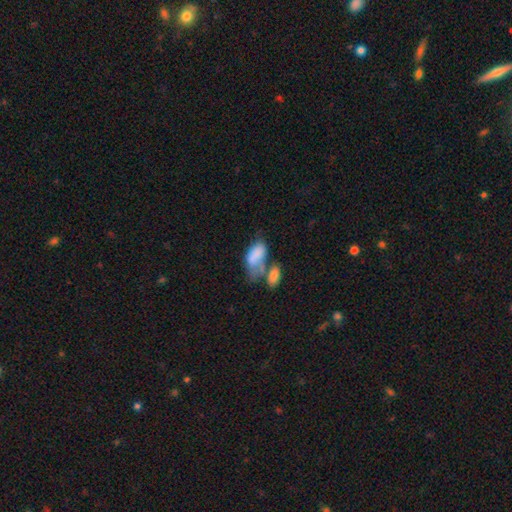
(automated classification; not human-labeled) smooth-or-featured: smooth: 76% | featured or disk: 17% | star or artifact: 8%
  how-rounded: in between: 93% | round: 4% | cigar-shaped: 3%
  merging: merger: 47% | major disturbance: 19% | none: 17% | minor disturbance: 16%